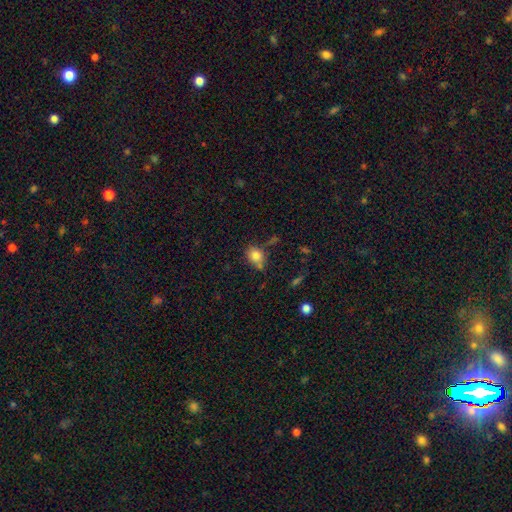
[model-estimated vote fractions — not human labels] Smooth or featured? smooth (80%)
How rounded? in between (51%)
Merging? none (58%)